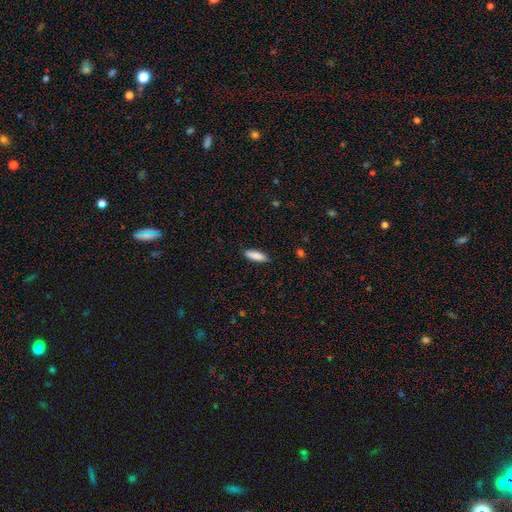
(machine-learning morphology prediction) Smooth or featured? smooth (87%)
How rounded? cigar-shaped (50%)
Merging? none (86%)